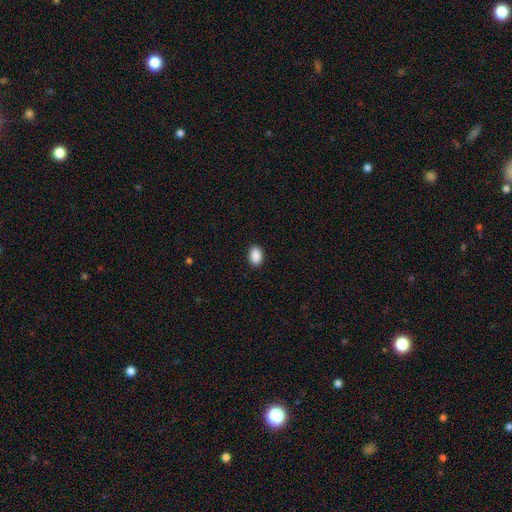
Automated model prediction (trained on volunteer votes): This appears to be a smooth galaxy with no disk features (90%) that is in between round and cigar-shaped (85%). Merging: none (90%).